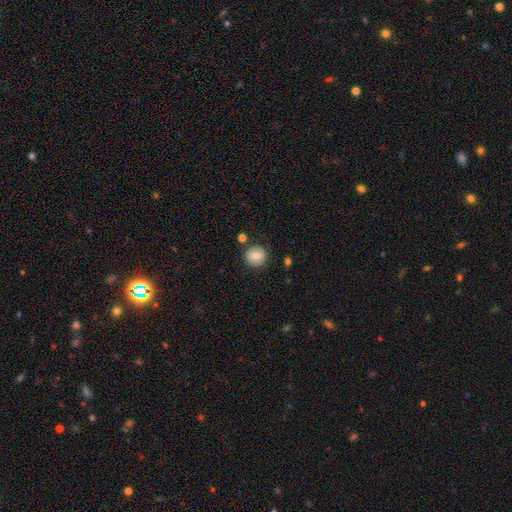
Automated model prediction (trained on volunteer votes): This is likely a smooth galaxy (73%). How rounded: clearly round (93%). Merging: clearly none (84%).